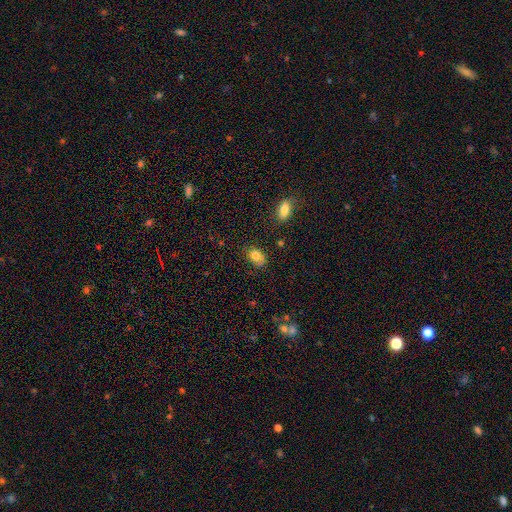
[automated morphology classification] A smooth galaxy with no disk features (79%) that is in between round and cigar-shaped (82%).

Vote fractions:
- Smooth or featured? smooth: 79% / featured or disk: 12% / star or artifact: 9%
- How rounded? in between: 82% / round: 17% / cigar-shaped: 2%
- Merging? none: 65% / minor disturbance: 25% / major disturbance: 7% / merger: 3%